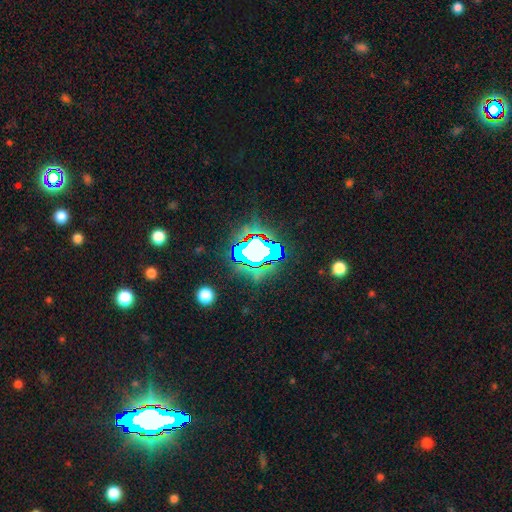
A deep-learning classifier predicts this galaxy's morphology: A star or artifact, not a galaxy (64%).

Vote fractions:
- Smooth or featured? star or artifact: 64% / smooth: 20% / featured or disk: 16%